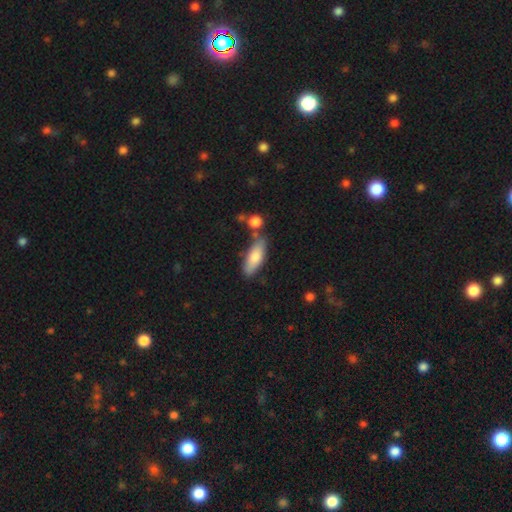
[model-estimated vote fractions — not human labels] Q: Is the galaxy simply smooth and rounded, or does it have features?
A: smooth — 77%.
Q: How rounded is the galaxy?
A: in between — 66%.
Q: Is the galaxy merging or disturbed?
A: none — 67%.